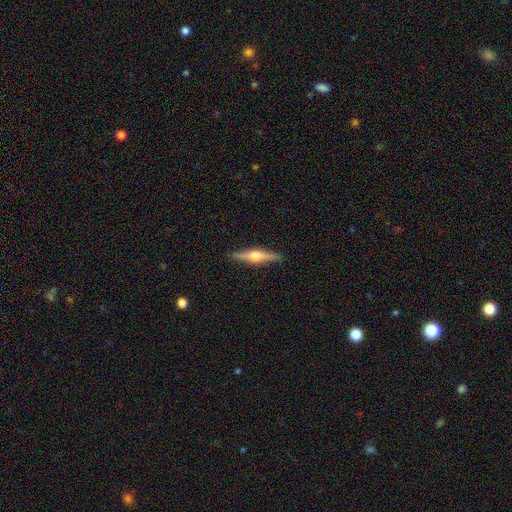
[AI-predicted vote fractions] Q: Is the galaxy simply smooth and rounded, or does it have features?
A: featured or disk — 68%.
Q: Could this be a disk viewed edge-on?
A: yes — 97%.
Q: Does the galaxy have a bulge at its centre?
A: rounded — 91%.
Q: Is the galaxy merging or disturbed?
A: none — 90%.